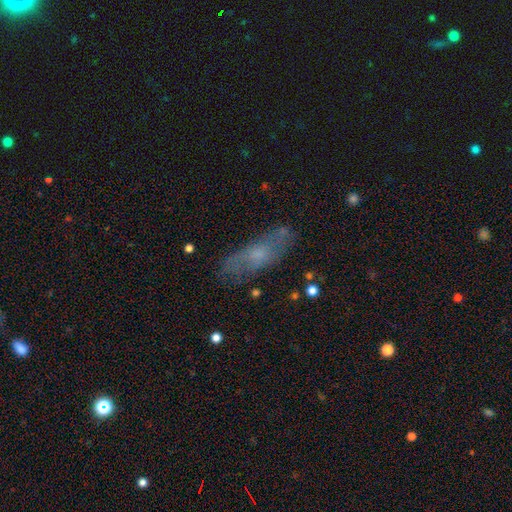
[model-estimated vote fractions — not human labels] Q: Smooth or featured?
A: smooth (47%); runner-up: featured or disk (43%)
Q: Merging?
A: none (72%); runner-up: minor disturbance (19%)